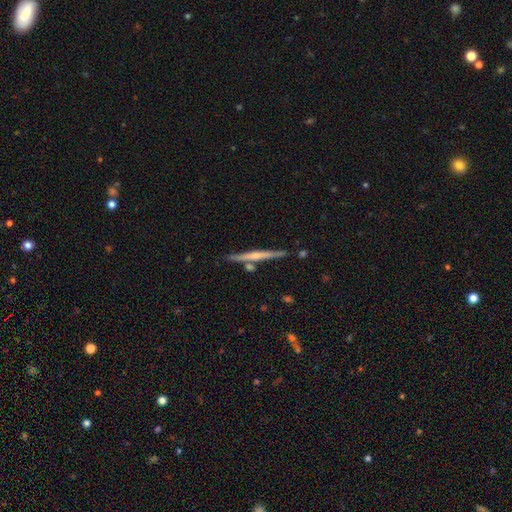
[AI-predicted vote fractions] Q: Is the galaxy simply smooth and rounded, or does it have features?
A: featured or disk — 61%.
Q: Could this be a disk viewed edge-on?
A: yes — 97%.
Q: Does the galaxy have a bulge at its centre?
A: rounded — 47%.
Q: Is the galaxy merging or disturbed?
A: none — 82%.